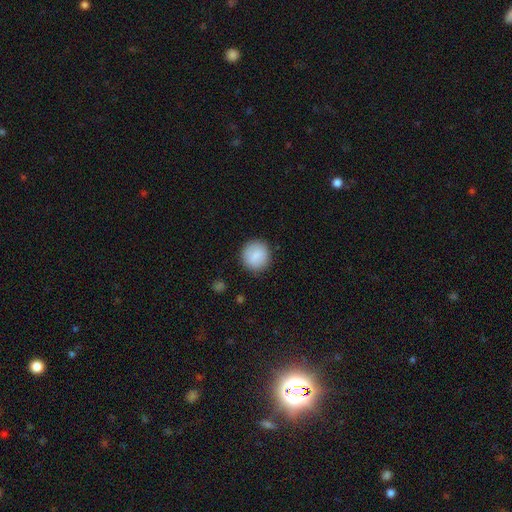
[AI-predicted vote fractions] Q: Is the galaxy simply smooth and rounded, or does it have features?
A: smooth — 86%.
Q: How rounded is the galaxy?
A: round — 91%.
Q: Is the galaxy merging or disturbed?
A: none — 89%.